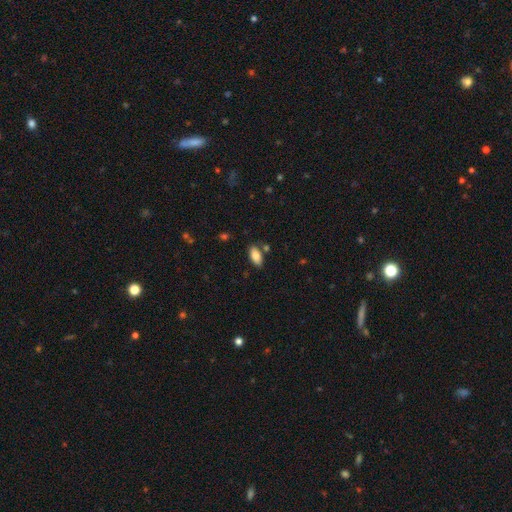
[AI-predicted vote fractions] A smooth galaxy with no disk features (84%) that is in between round and cigar-shaped (91%). Merging: none (78%).